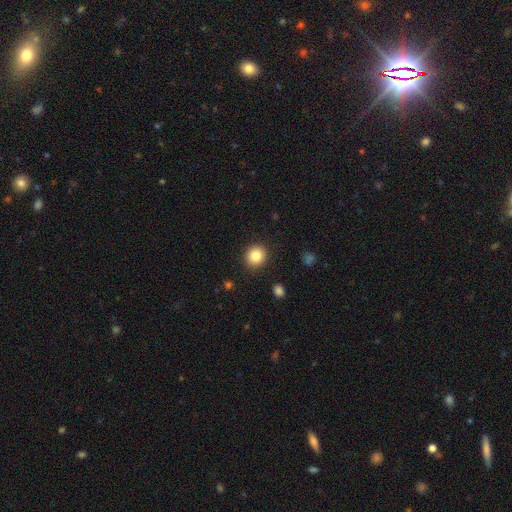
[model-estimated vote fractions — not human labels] A smooth galaxy with no disk features (85%) that is round (90%).

Vote fractions:
- Smooth or featured? smooth: 85% / star or artifact: 10% / featured or disk: 5%
- How rounded? round: 90% / in between: 9% / cigar-shaped: 1%
- Merging? none: 90% / minor disturbance: 6% / major disturbance: 2% / merger: 1%